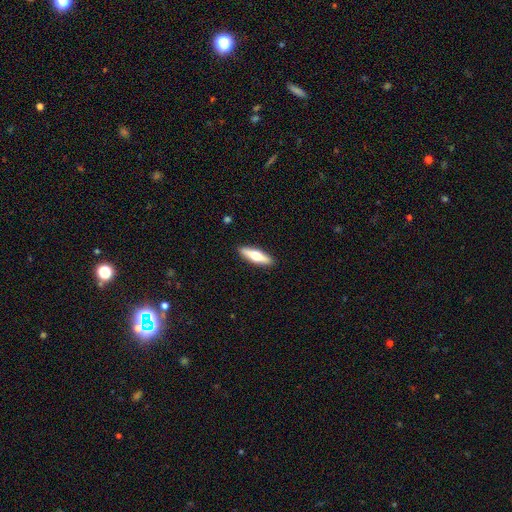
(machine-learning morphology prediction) smooth_or_featured: smooth (p=0.51) [alt: featured or disk p=0.44]
how_rounded: cigar-shaped (p=0.65) [alt: in between p=0.33]
merging: none (p=0.91) [alt: minor disturbance p=0.07]